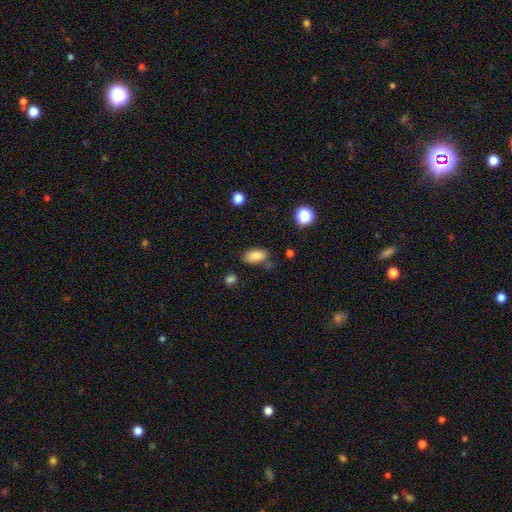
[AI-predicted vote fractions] Q: Smooth or featured?
A: smooth (84%); runner-up: star or artifact (9%)
Q: How rounded?
A: in between (91%); runner-up: round (5%)
Q: Merging?
A: none (73%); runner-up: minor disturbance (18%)